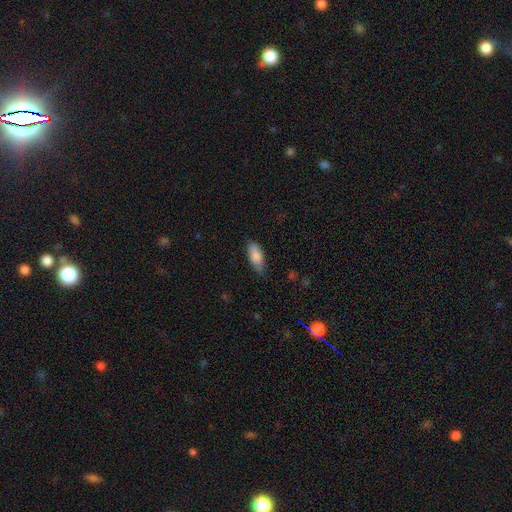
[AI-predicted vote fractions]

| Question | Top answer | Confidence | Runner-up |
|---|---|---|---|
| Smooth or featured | smooth | 85% | featured or disk (9%) |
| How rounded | in between | 80% | cigar-shaped (18%) |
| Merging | none | 80% | minor disturbance (16%) |